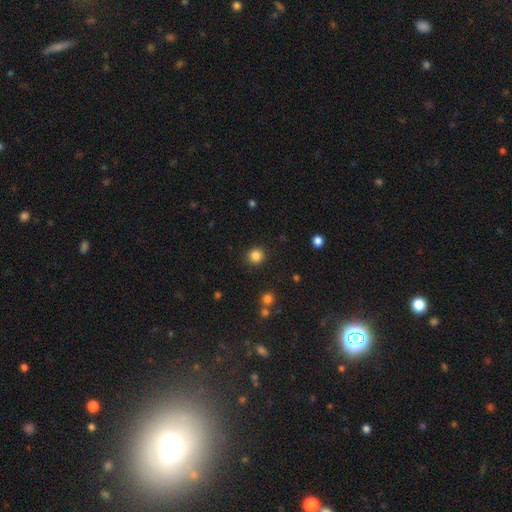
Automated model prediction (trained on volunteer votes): This is clearly a smooth galaxy (85%). How rounded: clearly round (92%). Merging: clearly none (91%).